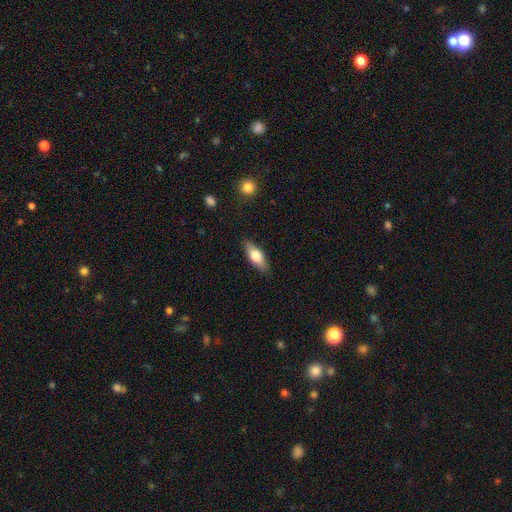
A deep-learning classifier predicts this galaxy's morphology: A smooth galaxy with no disk features (70%) that is in between round and cigar-shaped (72%). Merging: none (85%).